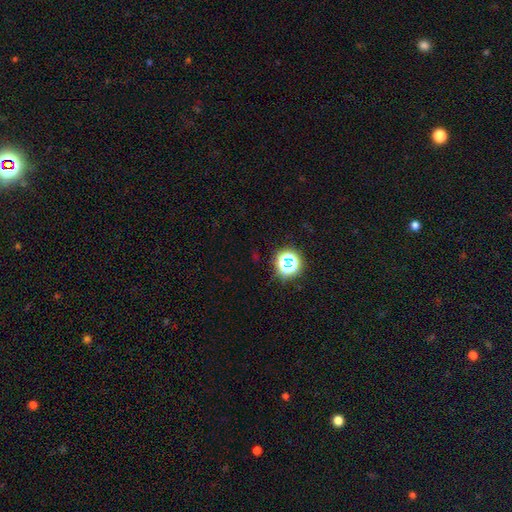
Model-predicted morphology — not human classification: Smooth or featured: star or artifact — 68% (smooth — 24%)